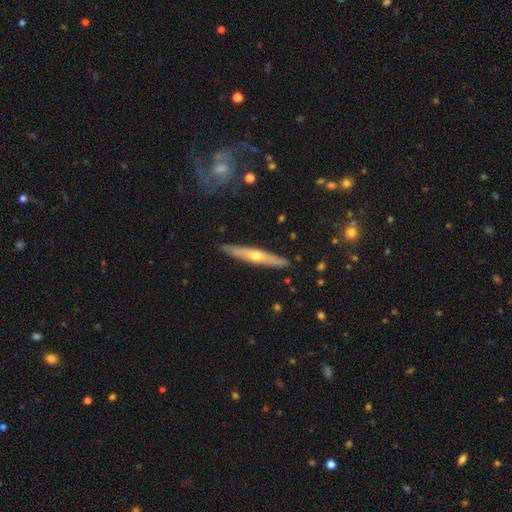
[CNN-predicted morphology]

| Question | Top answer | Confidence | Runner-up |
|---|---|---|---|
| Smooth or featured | featured or disk | 63% | smooth (31%) |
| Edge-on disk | yes | 91% | no (9%) |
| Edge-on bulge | rounded | 83% | none (15%) |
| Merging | none | 89% | minor disturbance (8%) |